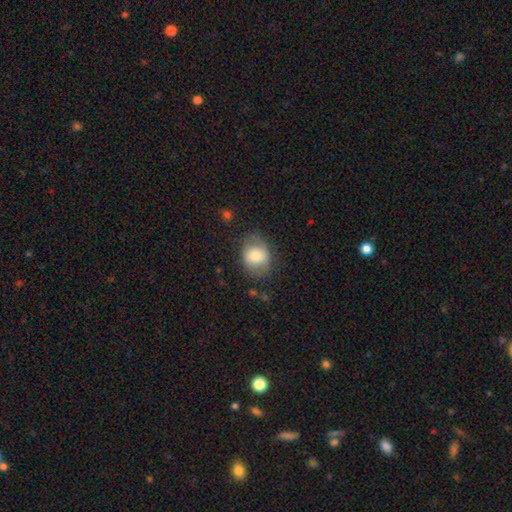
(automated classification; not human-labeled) Overall: smooth (68%). How rounded: in between (52%; round 47%). Merging: none (70%).